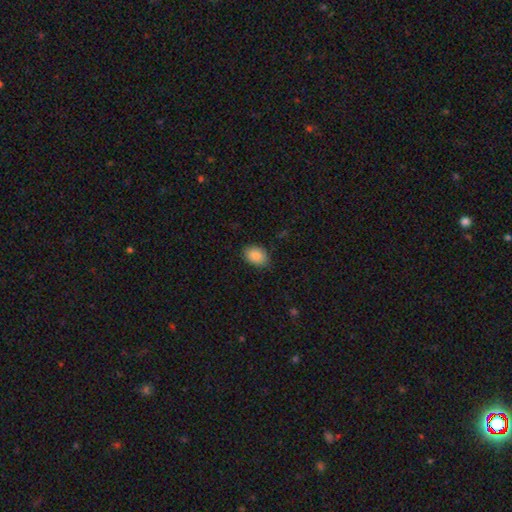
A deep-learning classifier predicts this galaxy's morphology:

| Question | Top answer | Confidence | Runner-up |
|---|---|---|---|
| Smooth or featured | smooth | 87% | star or artifact (8%) |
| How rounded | in between | 76% | round (23%) |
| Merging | none | 79% | minor disturbance (17%) |